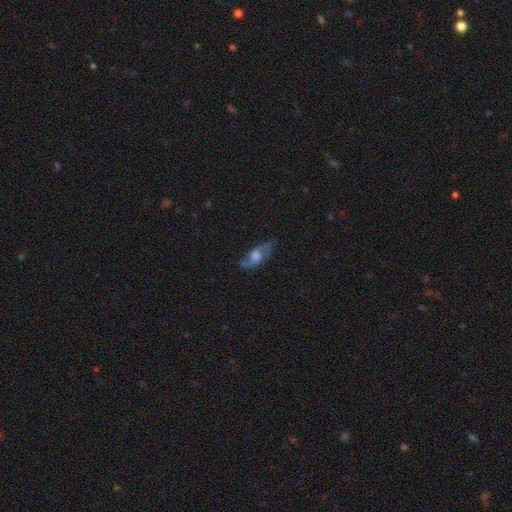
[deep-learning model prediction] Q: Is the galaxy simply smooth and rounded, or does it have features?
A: featured or disk — 65%.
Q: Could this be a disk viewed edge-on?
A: no — 80%.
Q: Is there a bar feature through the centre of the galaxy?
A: no — 63%.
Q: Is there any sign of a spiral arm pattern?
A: yes — 81%.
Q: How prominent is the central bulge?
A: moderate — 49%.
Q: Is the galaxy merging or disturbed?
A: none — 63%.